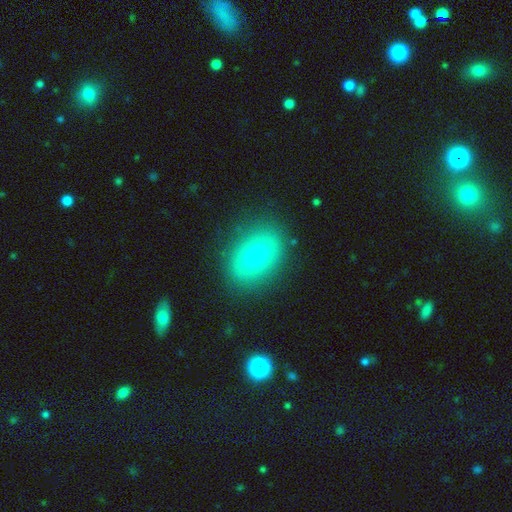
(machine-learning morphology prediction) smooth-or-featured: smooth: 68% | featured or disk: 21% | star or artifact: 11%
  how-rounded: in between: 70% | round: 29% | cigar-shaped: 1%
  merging: none: 85% | minor disturbance: 10% | major disturbance: 3% | merger: 1%